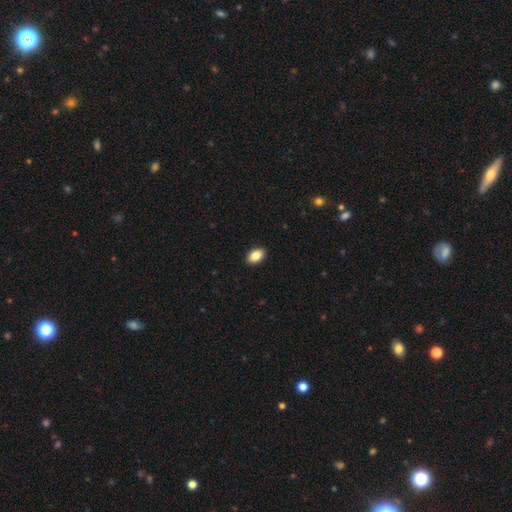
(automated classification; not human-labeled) smooth-or-featured: smooth: 87% | star or artifact: 7% | featured or disk: 6%
  how-rounded: in between: 90% | round: 9% | cigar-shaped: 1%
  merging: none: 91% | minor disturbance: 6% | major disturbance: 2% | merger: 1%